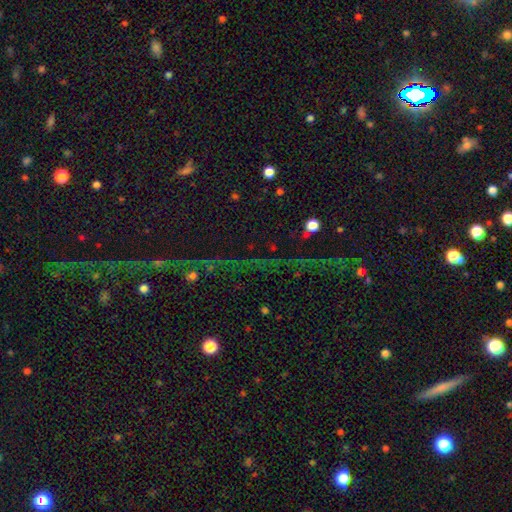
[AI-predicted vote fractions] This is likely a star or artifact rather than a galaxy (68%).